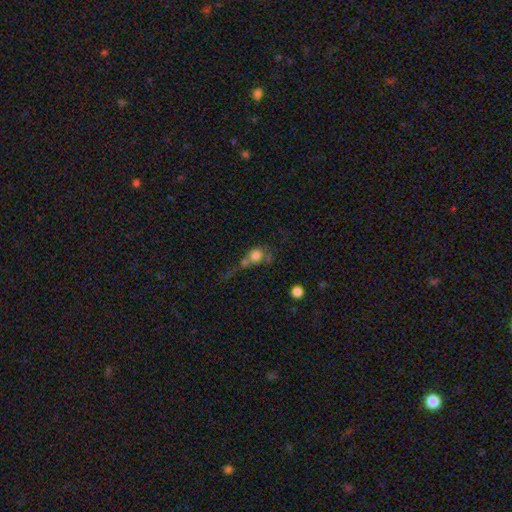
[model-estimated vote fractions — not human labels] A smooth galaxy with no disk features (71%) that is round (72%). Merging: merger (41%).